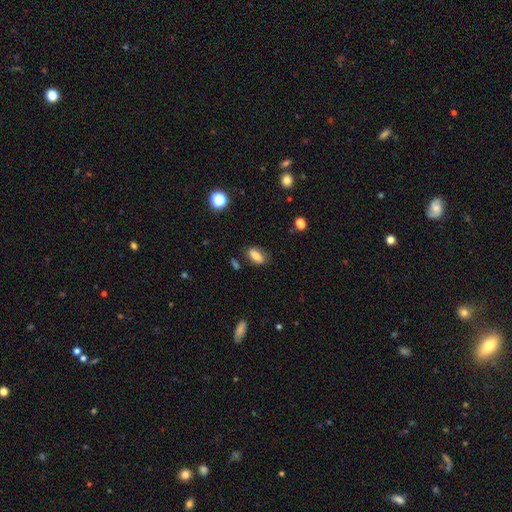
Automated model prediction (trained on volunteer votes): This is likely a smooth galaxy (78%). How rounded: clearly in between (84%). Merging: likely none (79%).